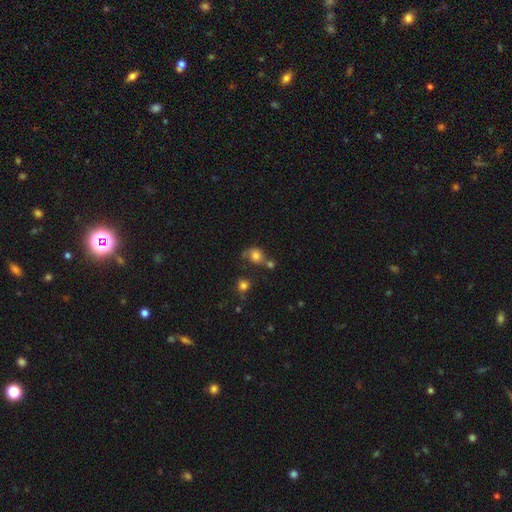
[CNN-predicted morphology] A smooth galaxy with no disk features (78%) that is round (70%). Merging: none (49%).